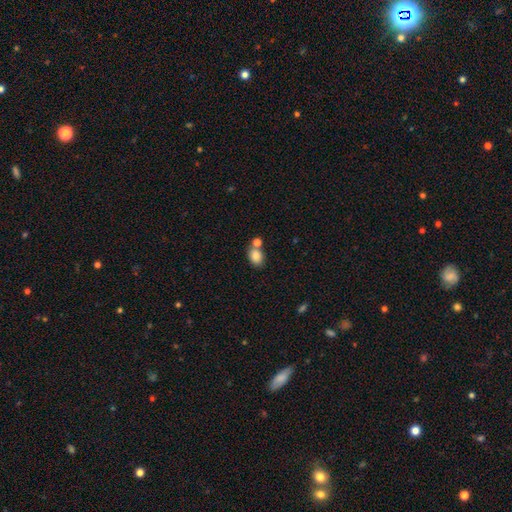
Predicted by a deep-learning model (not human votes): Smooth or featured? smooth (84%)
How rounded? in between (66%)
Merging? none (56%)